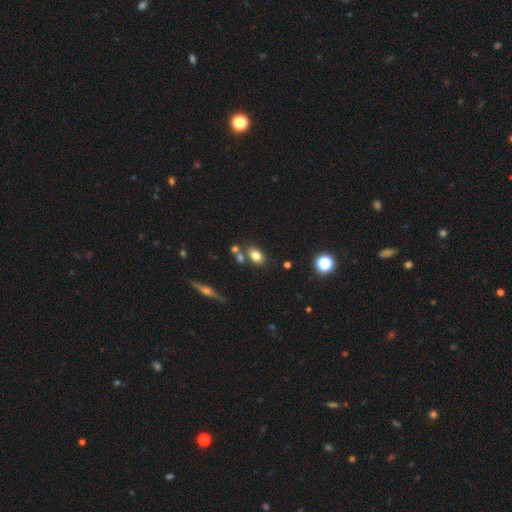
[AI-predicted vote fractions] Smooth or featured?
  - smooth: 76% *
  - featured or disk: 13%
  - star or artifact: 11%
How rounded?
  - in between: 80% *
  - round: 17%
  - cigar-shaped: 2%
Merging?
  - none: 68% *
  - merger: 16%
  - minor disturbance: 12%
  - major disturbance: 3%